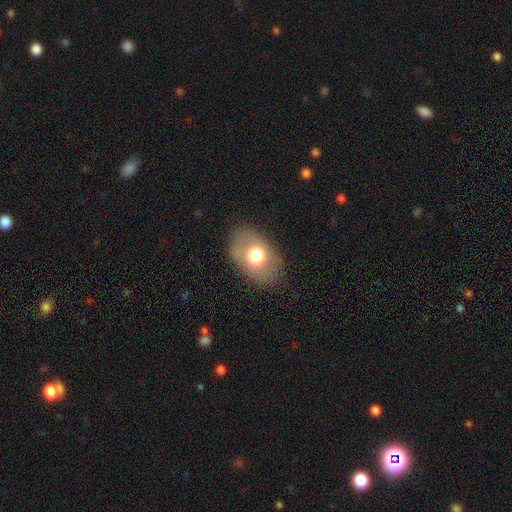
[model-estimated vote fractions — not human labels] Smooth or featured: smooth — 69% (featured or disk — 23%)
How rounded: in between — 82% (round — 17%)
Merging: none — 81% (minor disturbance — 13%)